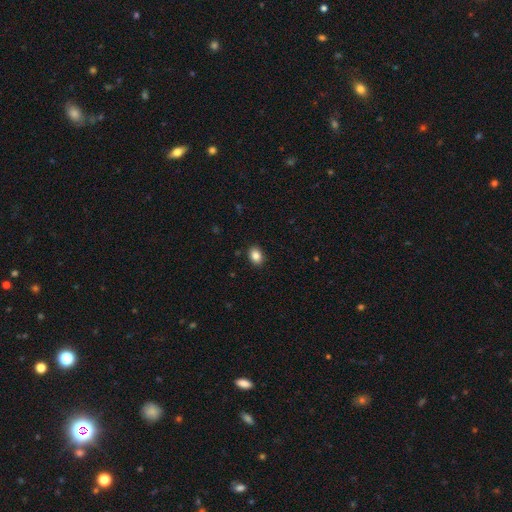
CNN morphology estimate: The model was most divided on "how rounded": in between: 71%, round: 28%, cigar-shaped: 1%. More confident: merging — none (90%); smooth or featured — smooth (86%).